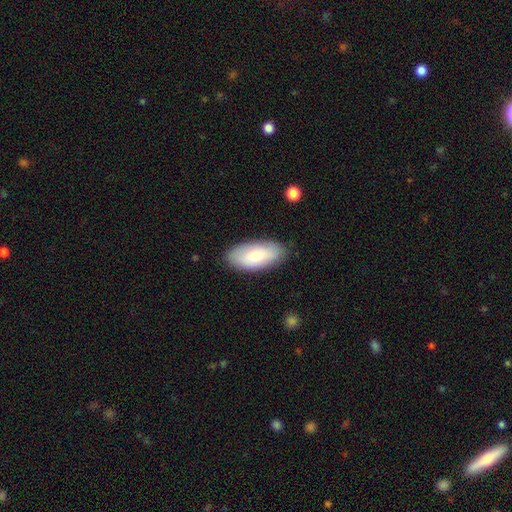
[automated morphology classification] A smooth galaxy with no disk features (75%) that is in between round and cigar-shaped (91%). Merging: none (86%).